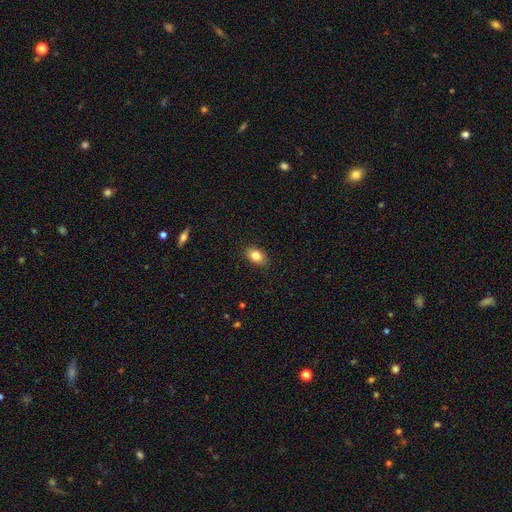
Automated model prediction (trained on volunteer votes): Smooth or featured: smooth — 83% (star or artifact — 9%)
How rounded: in between — 84% (round — 14%)
Merging: none — 89% (minor disturbance — 8%)